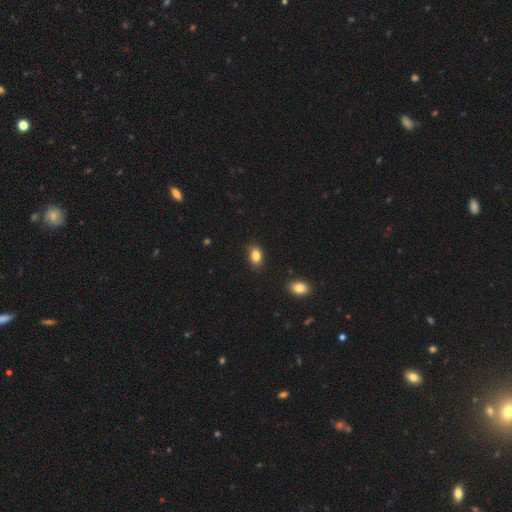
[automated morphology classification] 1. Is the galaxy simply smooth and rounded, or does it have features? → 84% smooth, 9% star or artifact, 7% featured or disk.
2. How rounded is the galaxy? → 88% in between, 11% round, 2% cigar-shaped.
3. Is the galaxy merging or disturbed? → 85% none, 12% minor disturbance, 2% major disturbance, 2% merger.